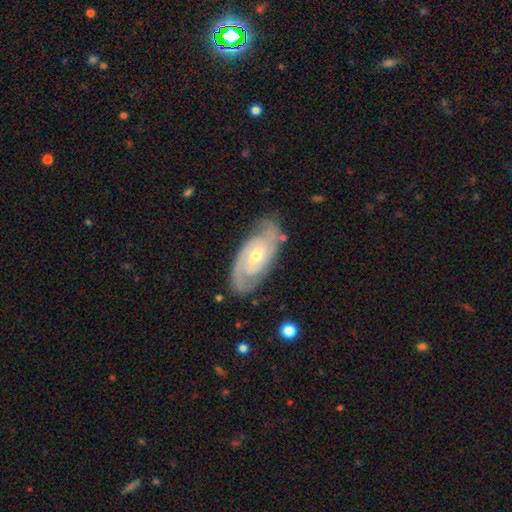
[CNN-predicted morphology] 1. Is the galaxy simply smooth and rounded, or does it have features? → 88% featured or disk, 7% smooth, 4% star or artifact.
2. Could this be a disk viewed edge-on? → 95% no, 5% yes.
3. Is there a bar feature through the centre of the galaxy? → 53% no, 37% weak, 10% strong.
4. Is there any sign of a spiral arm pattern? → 97% yes, 3% no.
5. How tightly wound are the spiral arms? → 63% tight, 32% medium, 6% loose.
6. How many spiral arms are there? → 80% 2, 8% can't tell, 7% 3, 2% 1, 2% 4, 2% more than 4.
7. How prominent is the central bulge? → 52% small, 45% moderate, 2% large, 1% none, 1% dominant.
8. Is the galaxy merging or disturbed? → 80% none, 15% minor disturbance, 4% major disturbance, 2% merger.